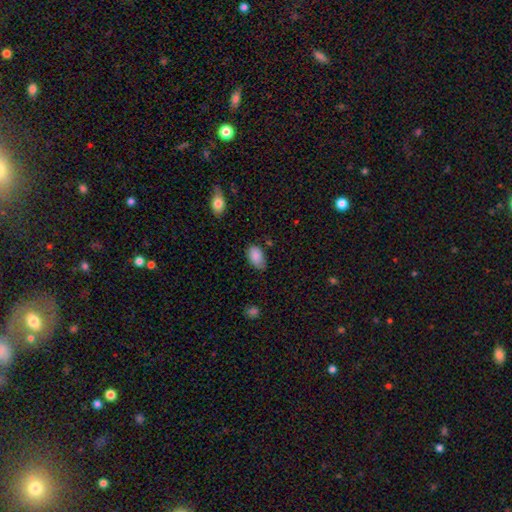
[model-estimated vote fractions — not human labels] This appears to be a smooth galaxy with no disk features (87%) that is in between round and cigar-shaped (92%). Merging: none (57%).